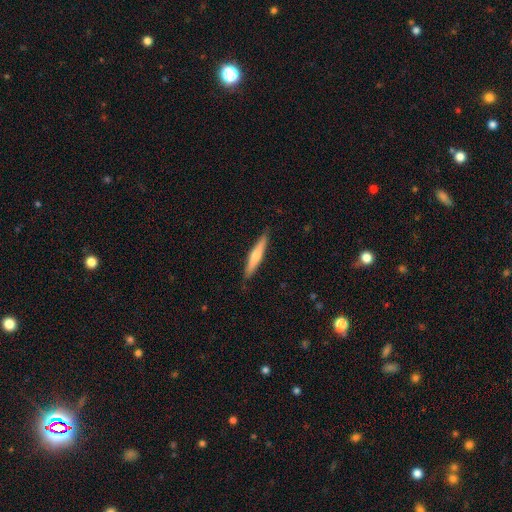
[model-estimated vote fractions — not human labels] Smooth or featured?
  - smooth: 57% *
  - featured or disk: 38%
  - star or artifact: 5%
How rounded?
  - cigar-shaped: 91% *
  - in between: 7%
  - round: 1%
Merging?
  - none: 88% *
  - minor disturbance: 9%
  - major disturbance: 2%
  - merger: 1%